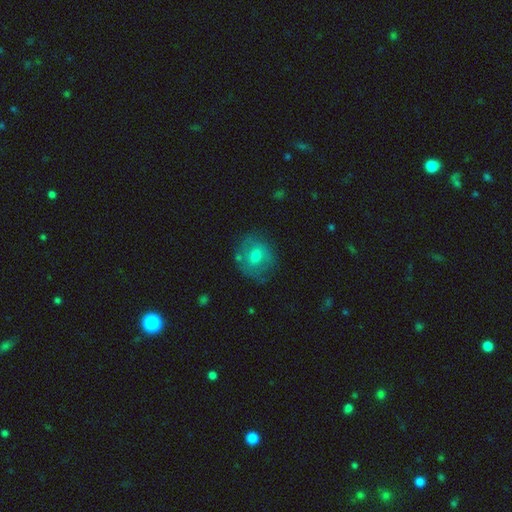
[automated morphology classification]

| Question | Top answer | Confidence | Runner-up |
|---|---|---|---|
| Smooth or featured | smooth | 55% | featured or disk (36%) |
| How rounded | round | 75% | in between (24%) |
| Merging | none | 69% | minor disturbance (20%) |